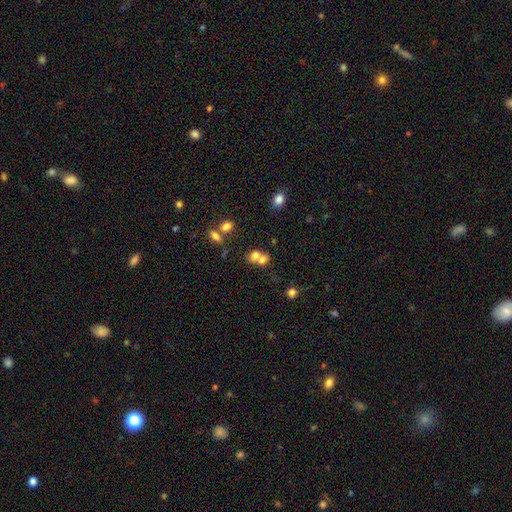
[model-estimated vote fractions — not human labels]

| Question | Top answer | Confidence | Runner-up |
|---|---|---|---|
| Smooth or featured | smooth | 70% | featured or disk (16%) |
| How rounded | round | 55% | in between (44%) |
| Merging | merger | 64% | none (26%) |